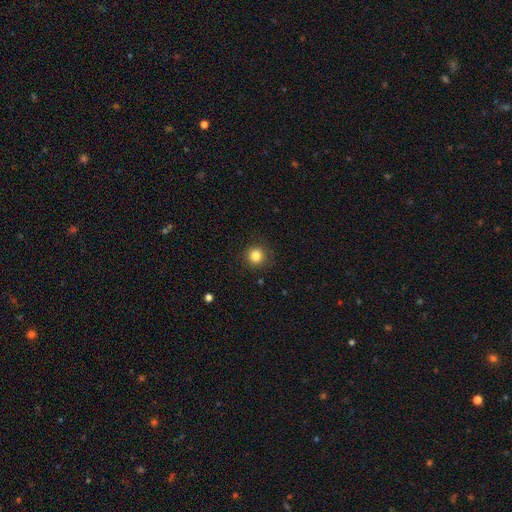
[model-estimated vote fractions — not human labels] Smooth or featured? smooth (84%)
How rounded? round (94%)
Merging? none (90%)